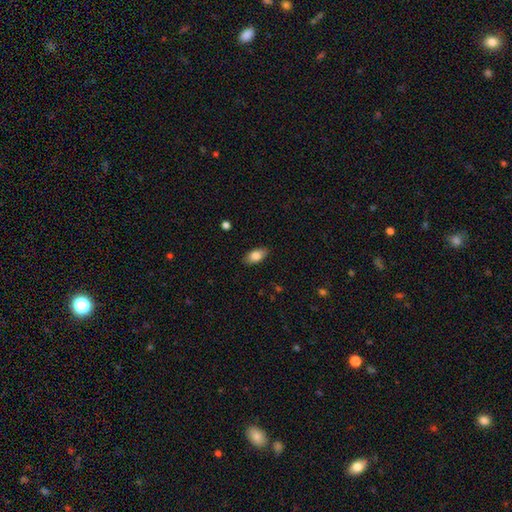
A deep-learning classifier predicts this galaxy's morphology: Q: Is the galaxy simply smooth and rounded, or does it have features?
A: smooth — 83%.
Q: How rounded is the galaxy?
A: in between — 90%.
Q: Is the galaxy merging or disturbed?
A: none — 87%.